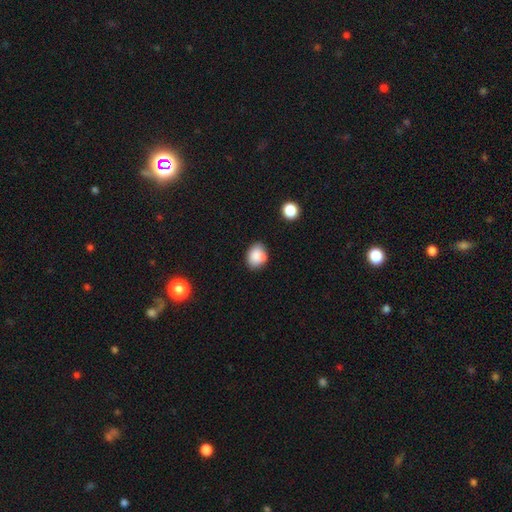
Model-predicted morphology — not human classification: Smooth or featured: smooth — 84% (star or artifact — 9%)
How rounded: in between — 57% (round — 42%)
Merging: none — 66% (minor disturbance — 20%)